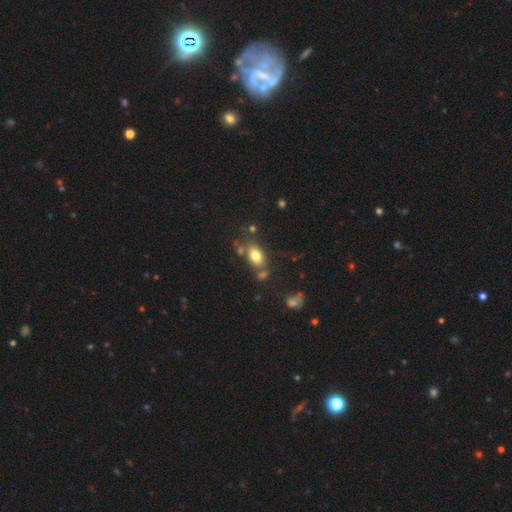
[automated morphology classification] Q: Smooth or featured?
A: smooth (77%); runner-up: featured or disk (13%)
Q: How rounded?
A: in between (82%); runner-up: round (16%)
Q: Merging?
A: none (64%); runner-up: minor disturbance (15%)